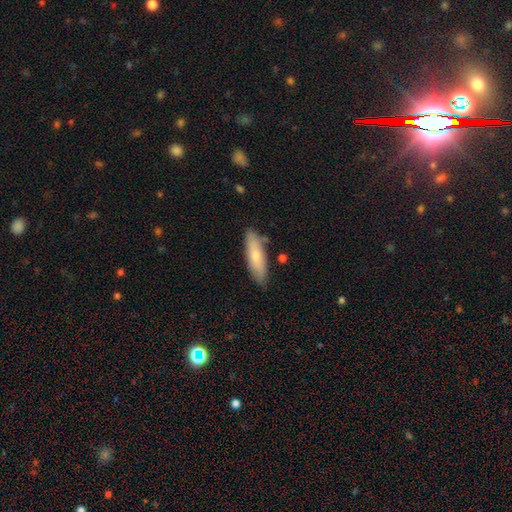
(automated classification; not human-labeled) Q: Smooth or featured?
A: smooth (73%); runner-up: featured or disk (22%)
Q: How rounded?
A: cigar-shaped (55%); runner-up: in between (43%)
Q: Merging?
A: none (79%); runner-up: minor disturbance (15%)